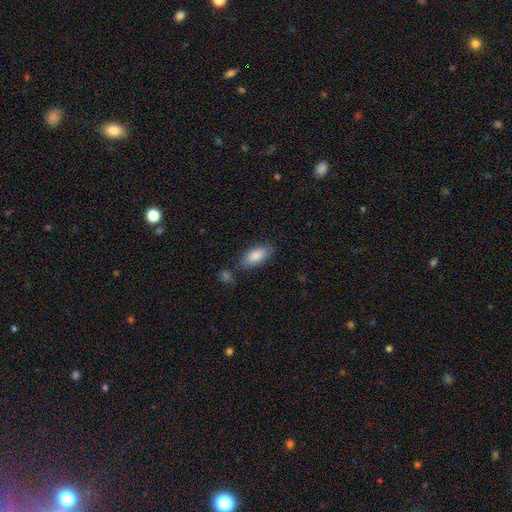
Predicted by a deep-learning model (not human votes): Smooth or featured? Predicted: smooth (p=0.85). How rounded? Predicted: in between (p=0.88). Merging? Predicted: none (p=0.74).